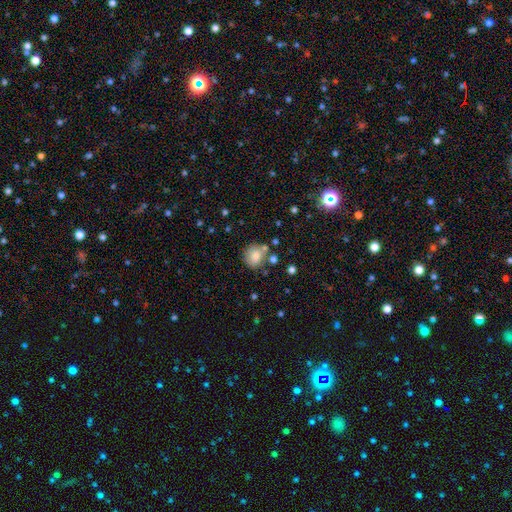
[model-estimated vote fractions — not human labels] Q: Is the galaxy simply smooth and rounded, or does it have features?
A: smooth — 80%.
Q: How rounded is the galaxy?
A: round — 82%.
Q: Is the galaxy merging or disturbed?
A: none — 70%.